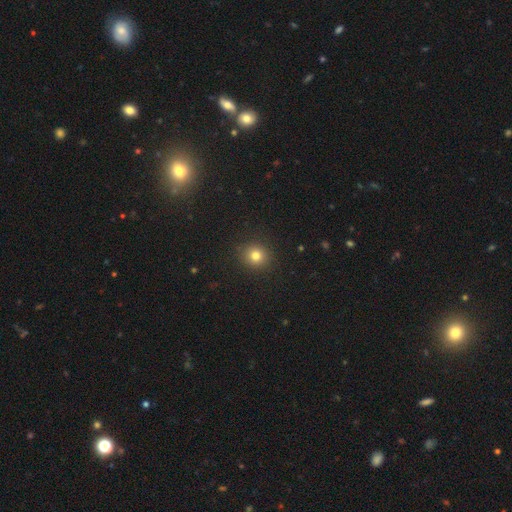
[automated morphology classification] smooth_or_featured: smooth (p=0.80) [alt: star or artifact p=0.14]
how_rounded: round (p=0.87) [alt: in between p=0.12]
merging: none (p=0.91) [alt: minor disturbance p=0.06]